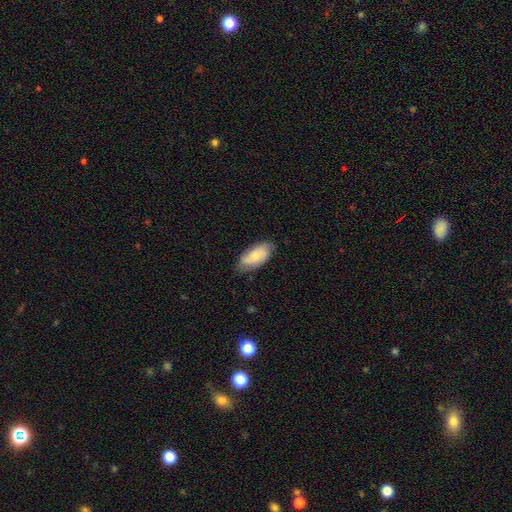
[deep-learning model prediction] smooth-or-featured: smooth: 54% | featured or disk: 39% | star or artifact: 6%
  how-rounded: in between: 90% | cigar-shaped: 7% | round: 3%
  merging: none: 75% | minor disturbance: 20% | major disturbance: 4% | merger: 1%